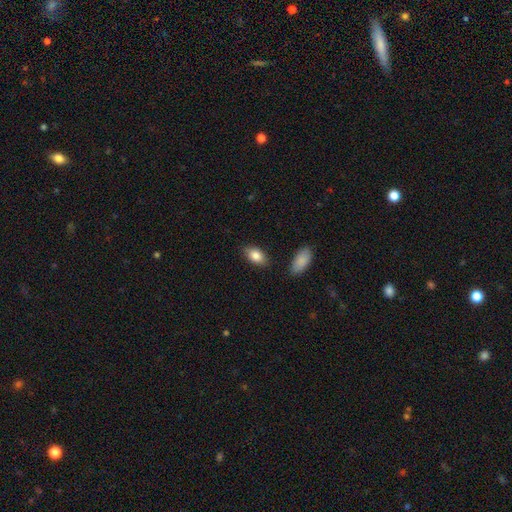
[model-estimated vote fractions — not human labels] A smooth galaxy with no disk features (83%) that is in between round and cigar-shaped (91%).

Vote fractions:
- Smooth or featured? smooth: 83% / featured or disk: 10% / star or artifact: 7%
- How rounded? in between: 91% / round: 6% / cigar-shaped: 3%
- Merging? none: 83% / minor disturbance: 12% / merger: 3% / major disturbance: 3%